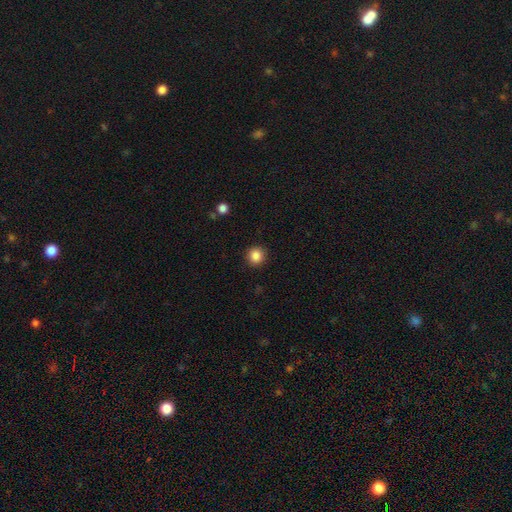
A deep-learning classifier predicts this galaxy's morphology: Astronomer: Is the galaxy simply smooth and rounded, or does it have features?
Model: smooth — 86%.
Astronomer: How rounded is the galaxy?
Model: round — 92%.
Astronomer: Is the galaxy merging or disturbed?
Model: none — 91%.